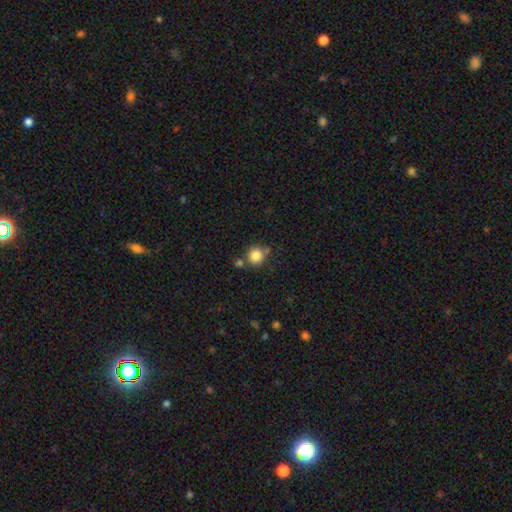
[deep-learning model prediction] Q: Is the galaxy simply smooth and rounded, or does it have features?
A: smooth — 84%.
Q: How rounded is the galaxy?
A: round — 90%.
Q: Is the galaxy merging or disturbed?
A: none — 69%.